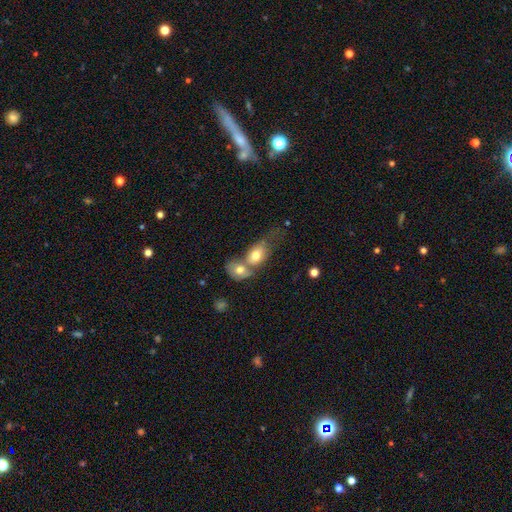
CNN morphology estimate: Smooth or featured: smooth — 72% (featured or disk — 19%)
How rounded: in between — 74% (round — 23%)
Merging: merger — 67% (none — 17%)